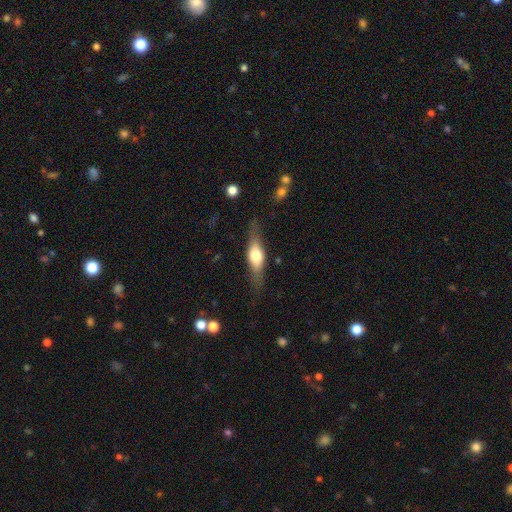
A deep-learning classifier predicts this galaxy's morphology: This appears to be a featured or disk galaxy (51%) viewed edge-on (90%). Merging: none (78%).